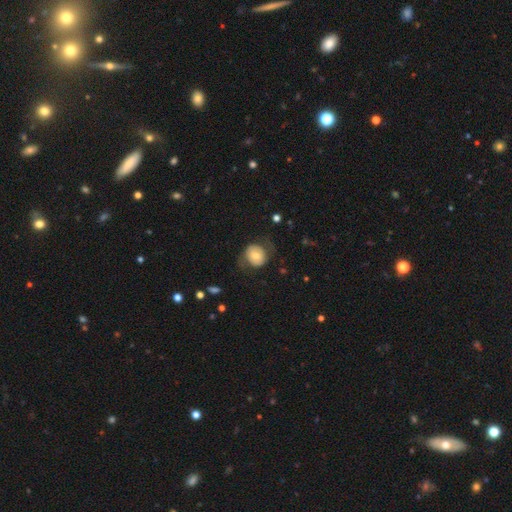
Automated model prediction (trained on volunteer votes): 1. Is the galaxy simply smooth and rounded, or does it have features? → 56% smooth, 36% featured or disk, 8% star or artifact.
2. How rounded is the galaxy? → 75% round, 23% in between, 1% cigar-shaped.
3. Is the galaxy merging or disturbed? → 64% none, 17% minor disturbance, 17% major disturbance, 2% merger.